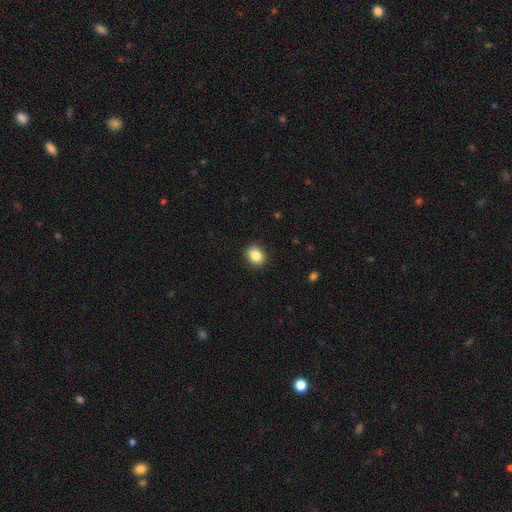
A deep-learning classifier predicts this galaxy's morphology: smooth-or-featured: smooth: 86% | star or artifact: 9% | featured or disk: 5%
  how-rounded: round: 53% | in between: 46% | cigar-shaped: 1%
  merging: none: 90% | minor disturbance: 7% | major disturbance: 2% | merger: 1%